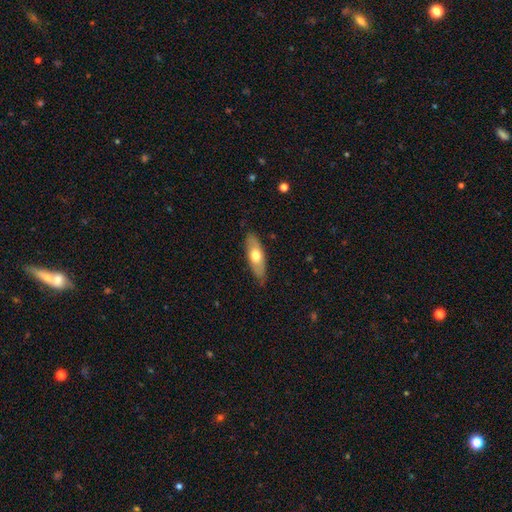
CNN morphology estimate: The model was most divided on "smooth or featured": smooth: 59%, featured or disk: 36%, star or artifact: 5%. More confident: merging — none (81%); how rounded — in between (66%).